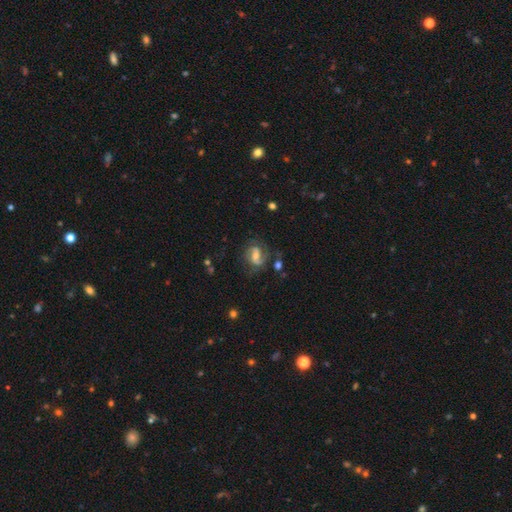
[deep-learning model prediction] Smooth or featured? featured or disk (67%)
Edge-on disk? no (96%)
Bar? weak (46%)
Spiral arms? yes (86%)
Spiral winding? medium (48%)
Spiral arm count? 2 (71%)
Bulge size? moderate (50%)
Merging? none (61%)